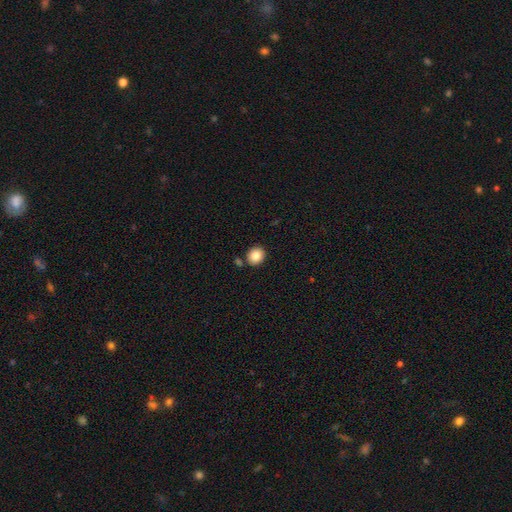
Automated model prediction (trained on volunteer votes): Overall: smooth (85%). How rounded: round (78%). Merging: none (84%).